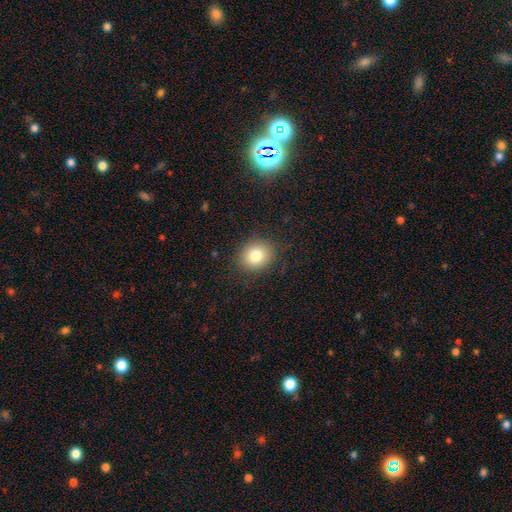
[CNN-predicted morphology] smooth 81%, star or artifact 10%, featured or disk 9%. Down the decision tree: how rounded — round (69%); merging — none (87%).